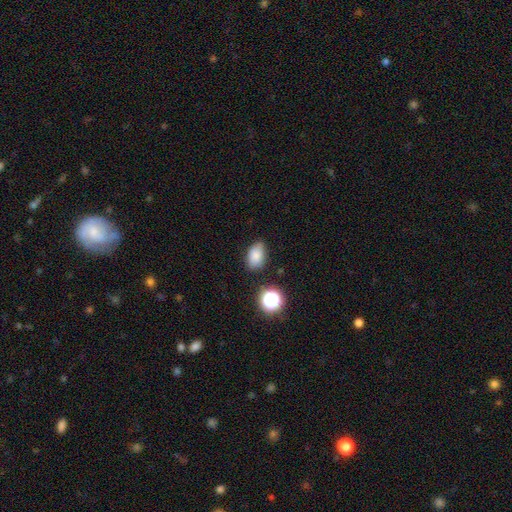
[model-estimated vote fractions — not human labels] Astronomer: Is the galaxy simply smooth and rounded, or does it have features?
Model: smooth — 83%.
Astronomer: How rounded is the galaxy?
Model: in between — 88%.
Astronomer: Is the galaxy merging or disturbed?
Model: none — 78%.